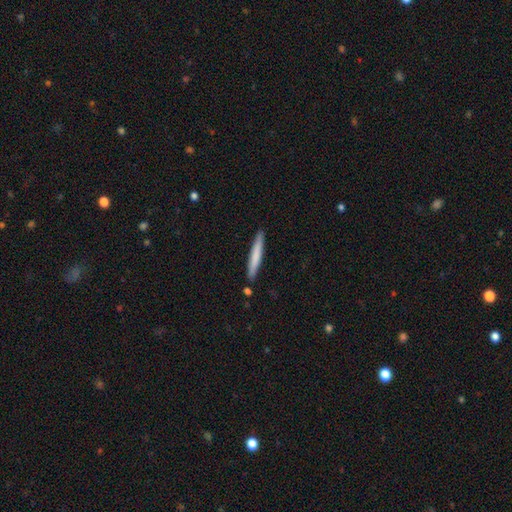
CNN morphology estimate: This is likely a smooth galaxy (72%). How rounded: clearly cigar-shaped (96%). Merging: clearly none (89%).